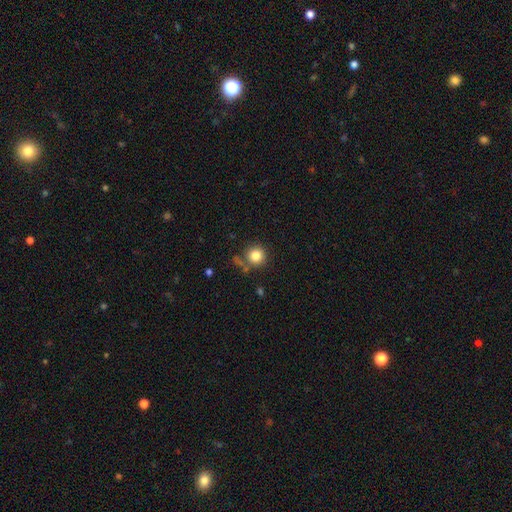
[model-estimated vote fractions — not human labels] This is clearly a smooth galaxy (83%). How rounded: clearly round (93%). Merging: likely none (75%).